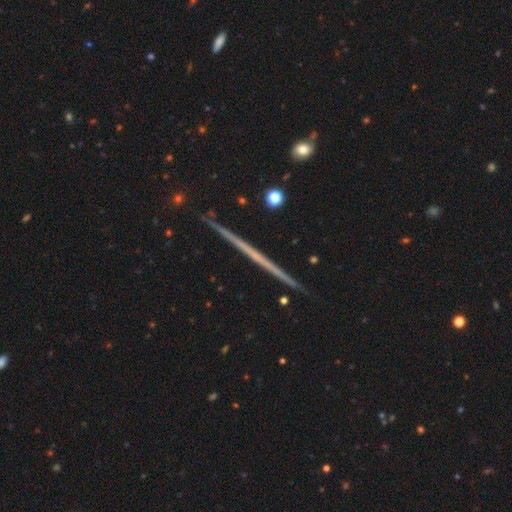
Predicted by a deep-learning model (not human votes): This is likely a featured or disk galaxy (72%). It is clearly viewed edge-on (98%). Edge-on bulge: clearly none (82%). Merging: clearly none (92%).